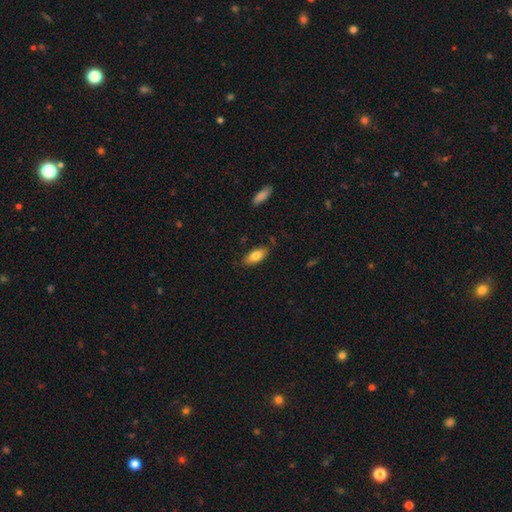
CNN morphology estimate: Smooth or featured?
  - smooth: 81% *
  - featured or disk: 12%
  - star or artifact: 7%
How rounded?
  - in between: 86% *
  - cigar-shaped: 12%
  - round: 2%
Merging?
  - none: 83% *
  - minor disturbance: 13%
  - major disturbance: 2%
  - merger: 2%